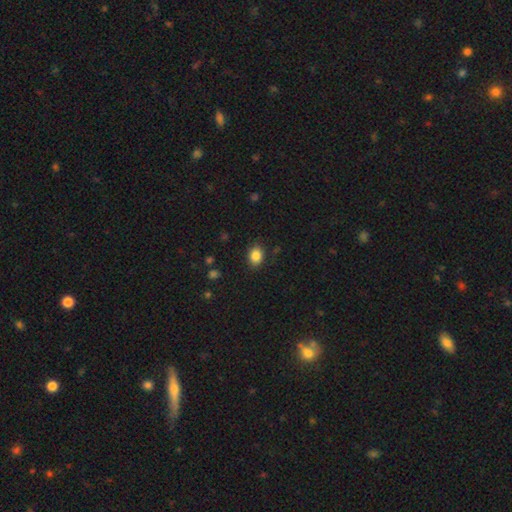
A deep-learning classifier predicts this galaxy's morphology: A smooth galaxy with no disk features (86%) that is in between round and cigar-shaped (62%). Merging: none (86%).